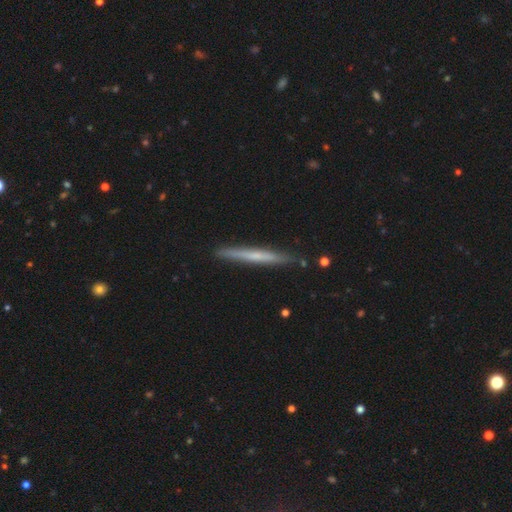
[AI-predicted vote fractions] Q: Smooth or featured?
A: smooth (47%); tied with: featured or disk (47%)
Q: Merging?
A: none (88%); runner-up: minor disturbance (9%)